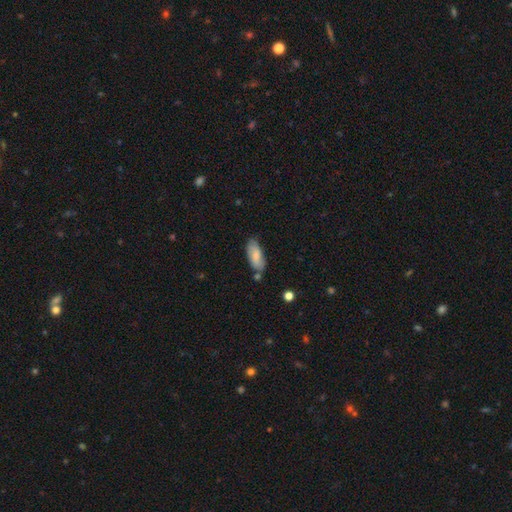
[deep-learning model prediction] A smooth galaxy with no disk features (77%) that is in between round and cigar-shaped (82%). Merging: none (71%).